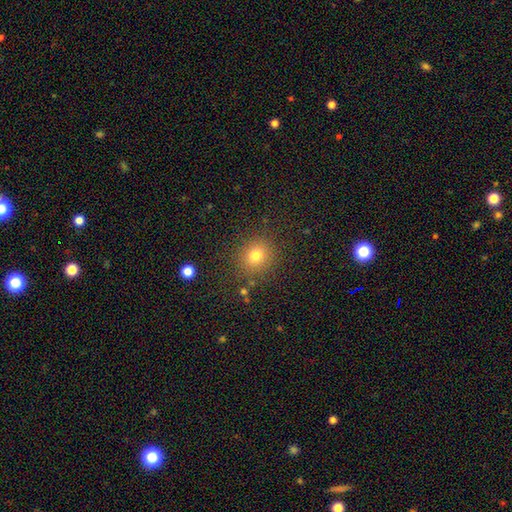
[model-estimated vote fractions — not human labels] This is likely a smooth galaxy (77%). How rounded: clearly round (83%). Merging: clearly none (86%).